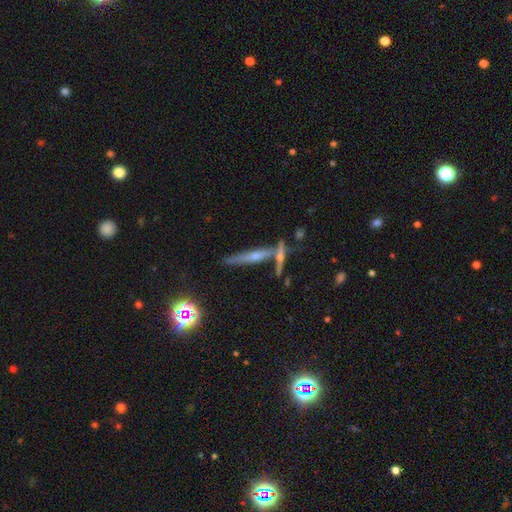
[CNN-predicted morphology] Overall: featured or disk (48%; star or artifact 26%). Merging: none (63%).